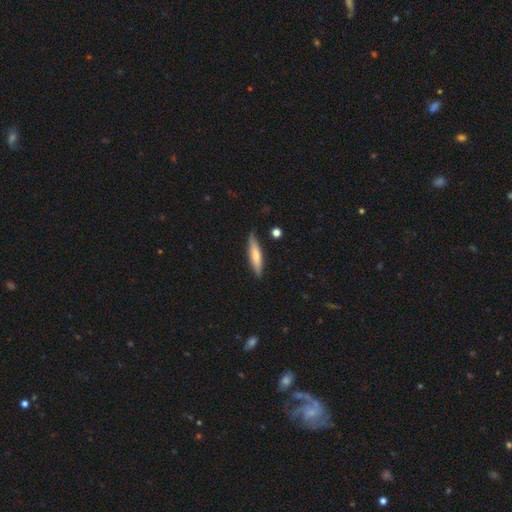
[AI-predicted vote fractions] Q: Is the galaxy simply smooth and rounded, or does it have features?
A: smooth — 62%.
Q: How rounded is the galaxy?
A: cigar-shaped — 83%.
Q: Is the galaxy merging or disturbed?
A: none — 82%.